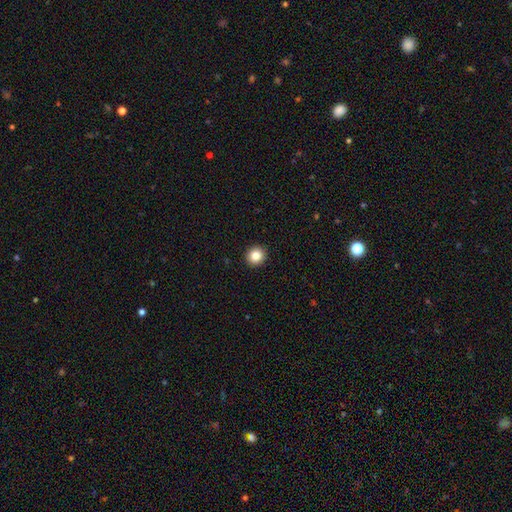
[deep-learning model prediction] Morphology: type=smooth (84%); roundness=round (92%); merging=none (94%).